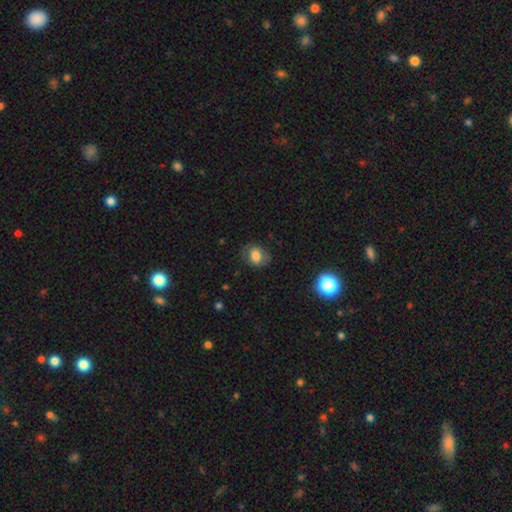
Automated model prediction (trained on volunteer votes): smooth 74%, featured or disk 16%, star or artifact 10%. Down the decision tree: how rounded — in between (50%); merging — none (75%).